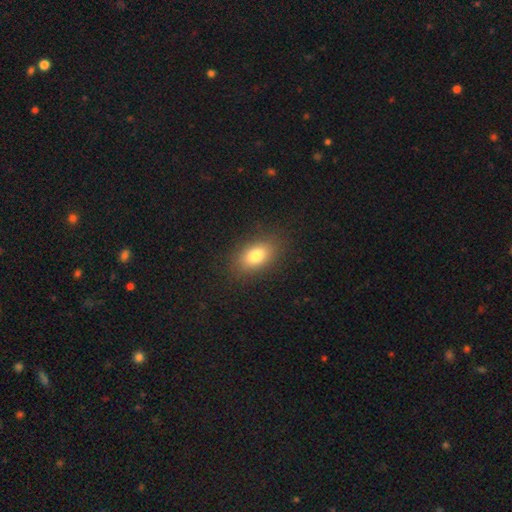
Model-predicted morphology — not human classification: The model was most divided on "smooth or featured": smooth: 80%, featured or disk: 11%, star or artifact: 10%. More confident: merging — none (86%); how rounded — in between (85%).